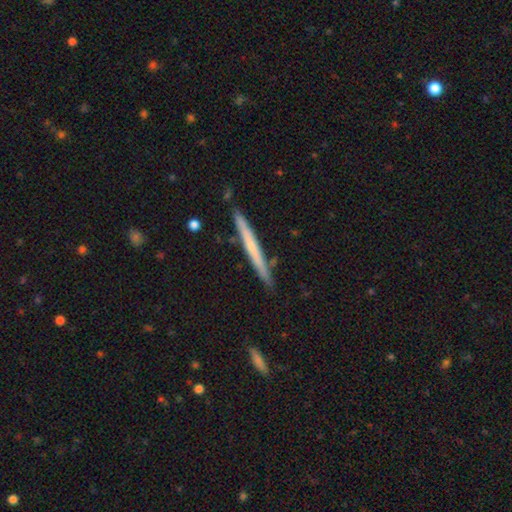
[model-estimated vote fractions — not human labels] Smooth or featured? smooth (48%)
Merging? none (87%)